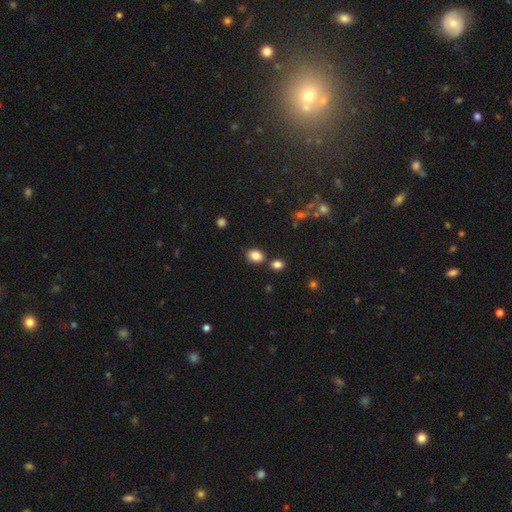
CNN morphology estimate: smooth_or_featured: smooth (p=0.84) [alt: star or artifact p=0.10]
how_rounded: in between (p=0.59) [alt: round p=0.40]
merging: none (p=0.76) [alt: minor disturbance p=0.11]